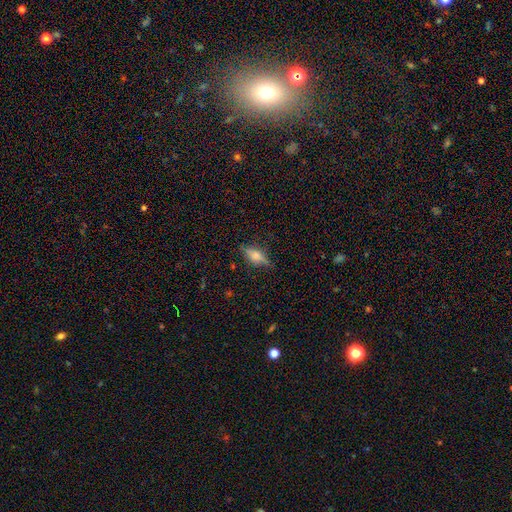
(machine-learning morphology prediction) featured or disk 45% (tied), smooth 45% (tied), star or artifact 10%. Down the decision tree: merging — none (78%).